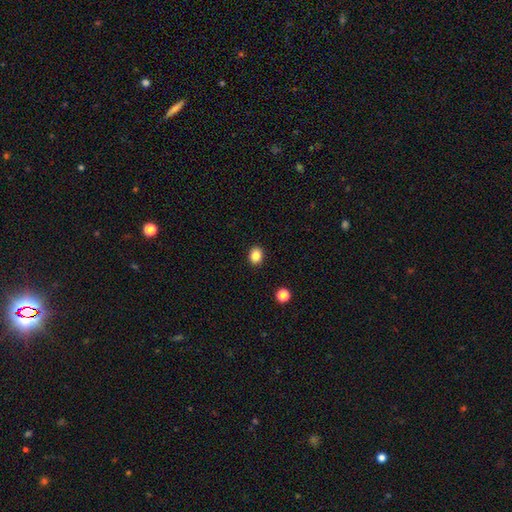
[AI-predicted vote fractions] Smooth or featured? smooth (84%)
How rounded? round (55%)
Merging? none (91%)